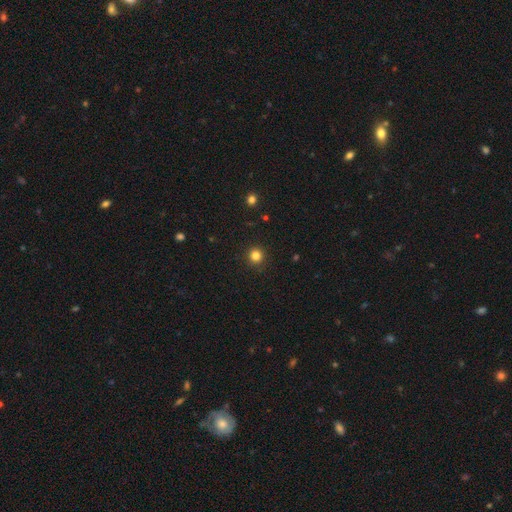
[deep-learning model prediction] This is clearly a smooth galaxy (83%). How rounded: clearly round (94%). Merging: clearly none (91%).